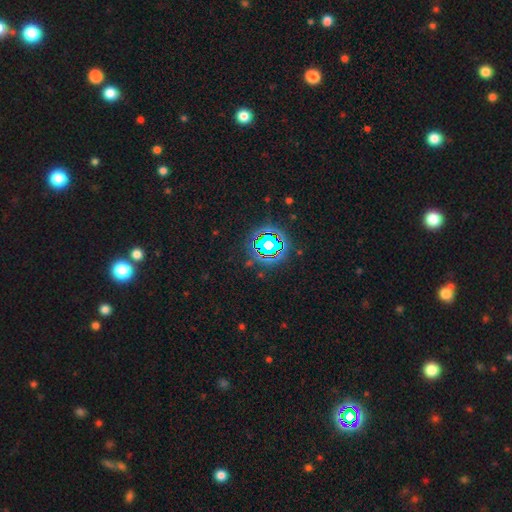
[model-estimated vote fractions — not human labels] This is likely a star or artifact rather than a galaxy (79%).